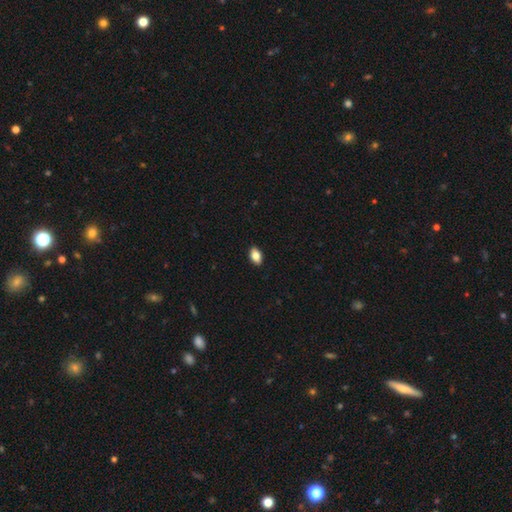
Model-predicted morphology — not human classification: Smooth or featured? smooth (84%)
How rounded? in between (90%)
Merging? none (90%)